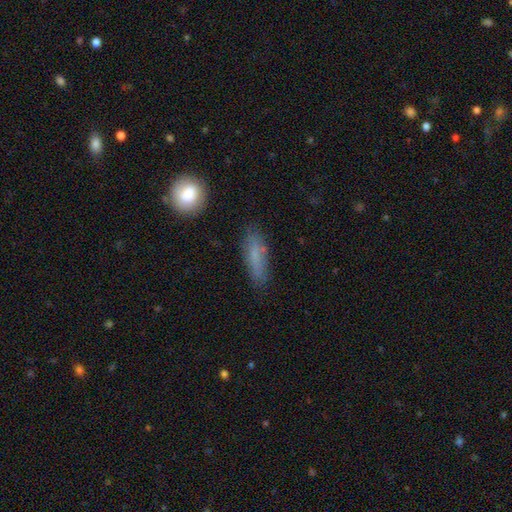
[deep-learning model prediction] Smooth or featured? Predicted: smooth (p=0.73). How rounded? Predicted: cigar-shaped (p=0.60). Merging? Predicted: none (p=0.78).